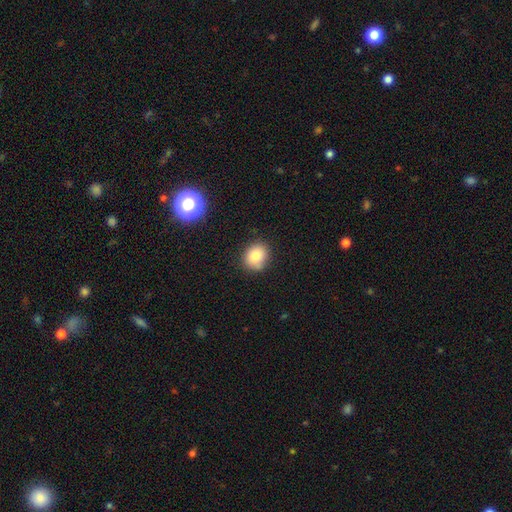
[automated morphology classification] Smooth or featured? Predicted: smooth (p=0.80). How rounded? Predicted: round (p=0.72). Merging? Predicted: none (p=0.81).